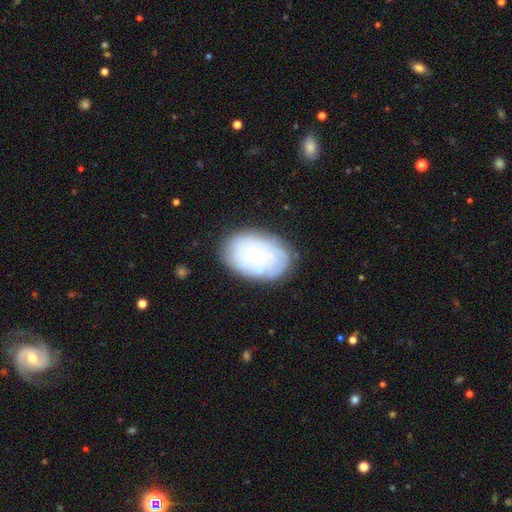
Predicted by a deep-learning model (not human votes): featured or disk 50%, smooth 42%, star or artifact 8%. Down the decision tree: merging — none (77%).